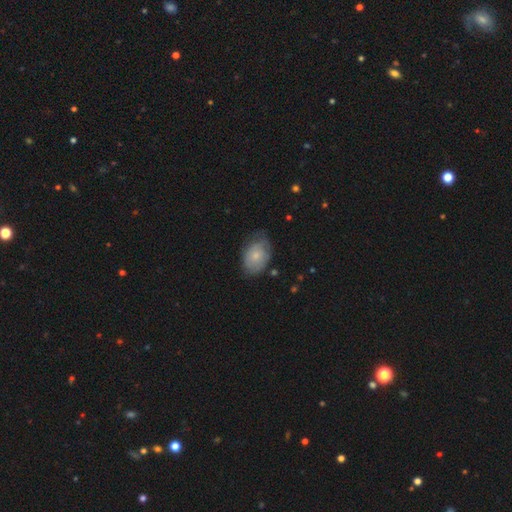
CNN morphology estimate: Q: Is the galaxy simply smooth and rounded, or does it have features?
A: smooth — 67%.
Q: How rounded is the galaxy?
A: in between — 83%.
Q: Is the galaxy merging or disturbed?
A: none — 58%.